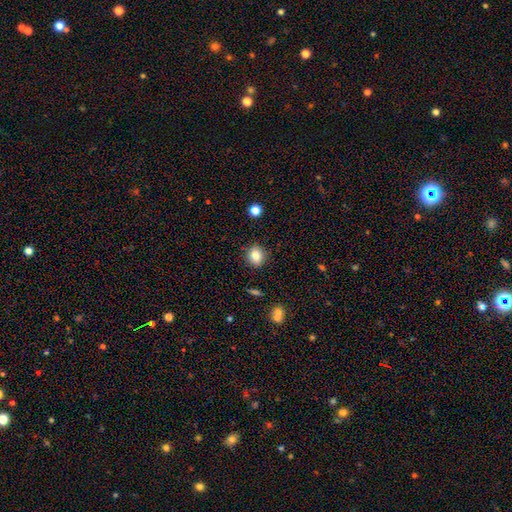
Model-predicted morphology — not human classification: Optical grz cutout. It shows a smooth galaxy with no disk features (82%) that is round (66%). Merging: none (88%).